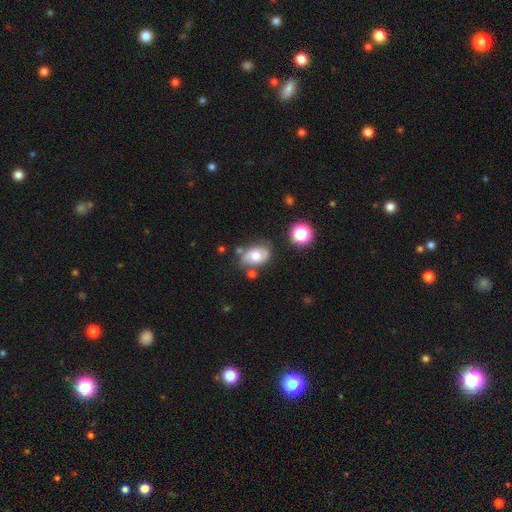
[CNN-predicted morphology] This is possibly a smooth galaxy (55%). How rounded: clearly in between (81%). Merging: likely none (64%).